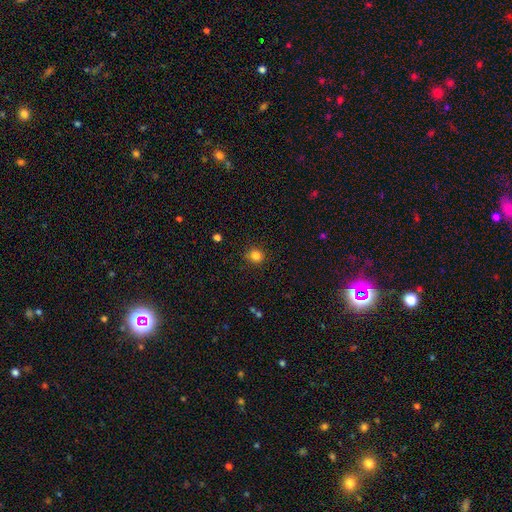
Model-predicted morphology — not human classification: This is clearly a smooth galaxy (83%). How rounded: clearly round (88%). Merging: clearly none (88%).